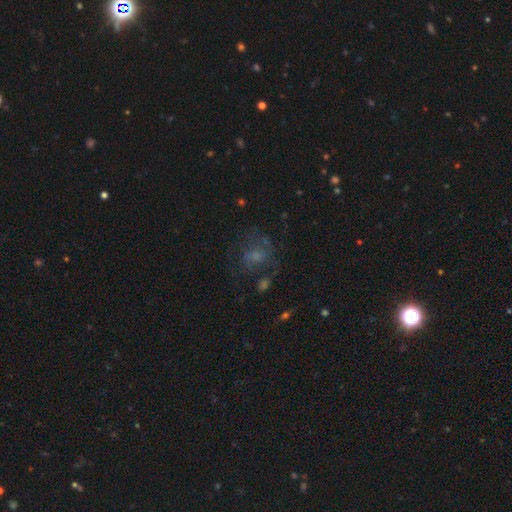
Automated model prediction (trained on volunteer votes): This is marginally a smooth galaxy (42%). Merging: possibly none (52%).